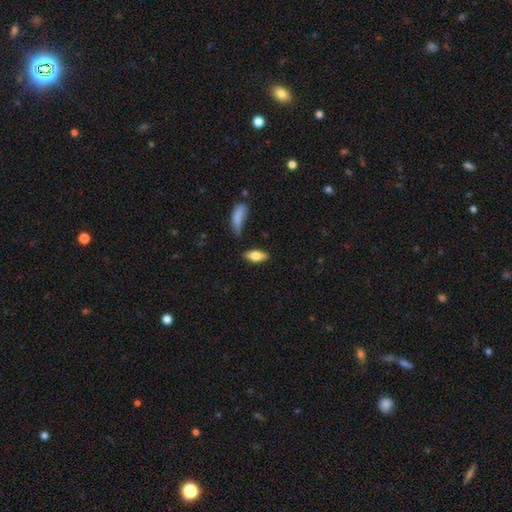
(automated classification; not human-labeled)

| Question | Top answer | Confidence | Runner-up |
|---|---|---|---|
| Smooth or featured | smooth | 72% | featured or disk (22%) |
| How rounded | in between | 76% | cigar-shaped (21%) |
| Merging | none | 78% | minor disturbance (14%) |